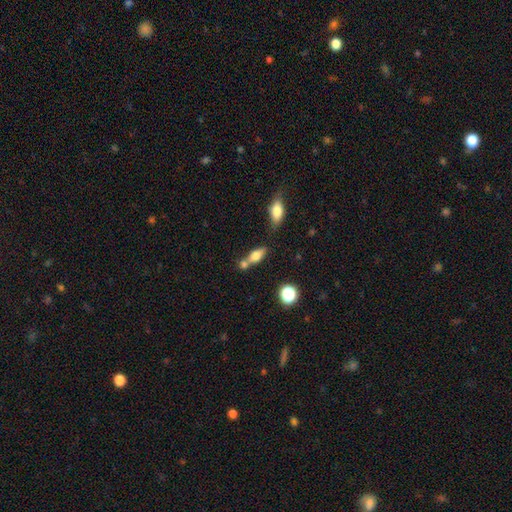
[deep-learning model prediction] Q: Smooth or featured?
A: smooth (68%); runner-up: featured or disk (23%)
Q: How rounded?
A: in between (68%); runner-up: cigar-shaped (24%)
Q: Merging?
A: merger (43%); runner-up: none (40%)